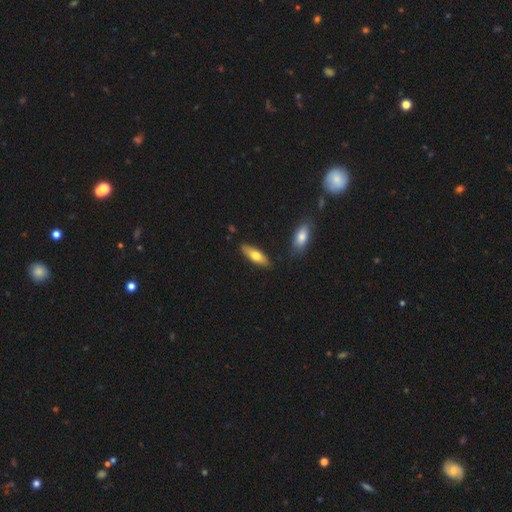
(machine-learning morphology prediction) type=smooth (67%); roundness=in between (55%); merging=none (83%).